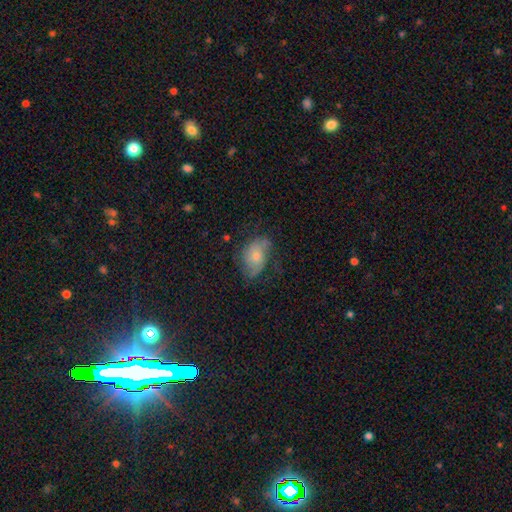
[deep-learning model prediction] This appears to be a smooth galaxy with no disk features (49%). Merging: none (53%).